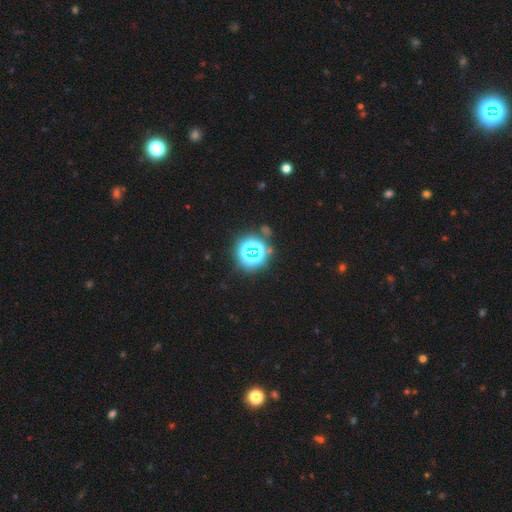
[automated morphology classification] Overall: star or artifact (72%).